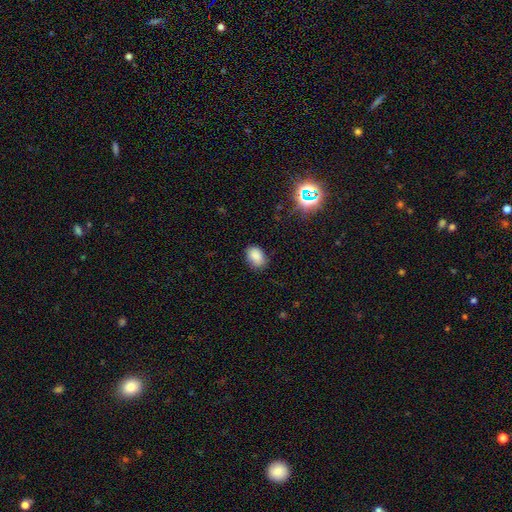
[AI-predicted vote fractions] Overall: smooth (85%). How rounded: in between (79%). Merging: none (78%).